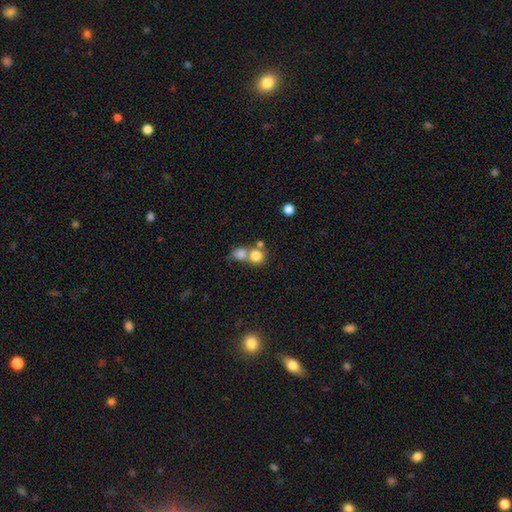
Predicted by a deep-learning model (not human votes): Smooth or featured: smooth — 79% (star or artifact — 11%)
How rounded: round — 83% (in between — 16%)
Merging: merger — 49% (none — 40%)